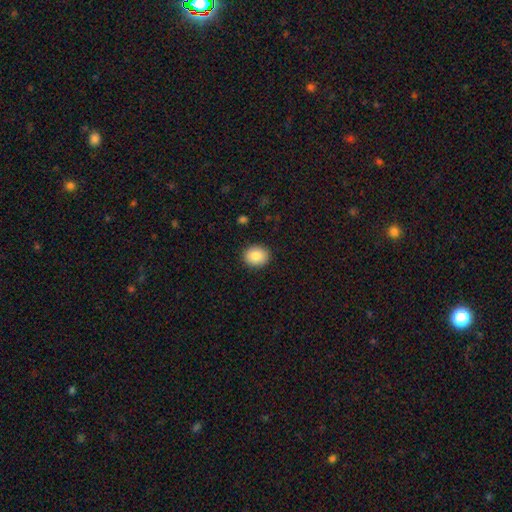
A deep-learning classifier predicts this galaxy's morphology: type=smooth (84%); roundness=round (68%); merging=none (91%).